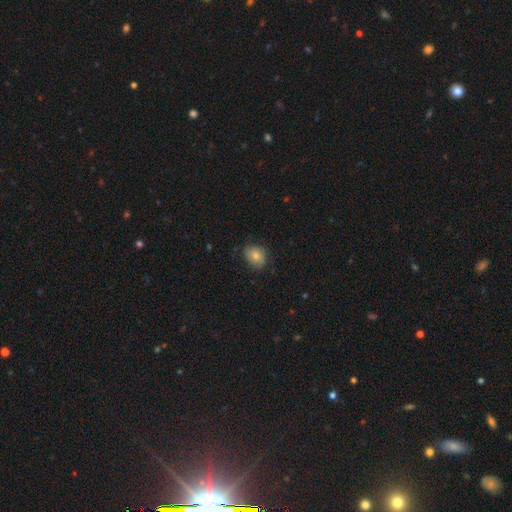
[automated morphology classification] Q: Smooth or featured?
A: smooth (78%); runner-up: featured or disk (13%)
Q: How rounded?
A: round (58%); runner-up: in between (41%)
Q: Merging?
A: none (74%); runner-up: minor disturbance (21%)